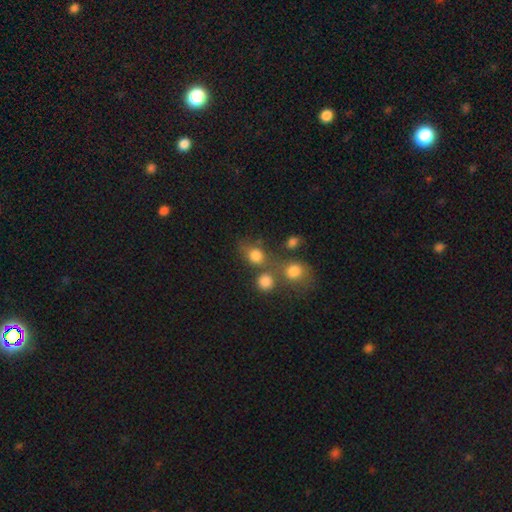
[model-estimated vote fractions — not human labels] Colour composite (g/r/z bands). It shows a smooth galaxy with no disk features (79%) that is round (71%). Merging: none (47%).